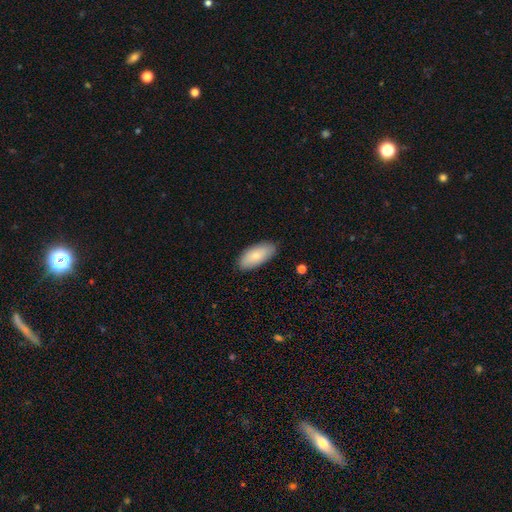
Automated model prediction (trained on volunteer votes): smooth_or_featured: smooth (p=0.83) [alt: featured or disk p=0.11]
how_rounded: in between (p=0.91) [alt: cigar-shaped p=0.08]
merging: none (p=0.85) [alt: minor disturbance p=0.12]